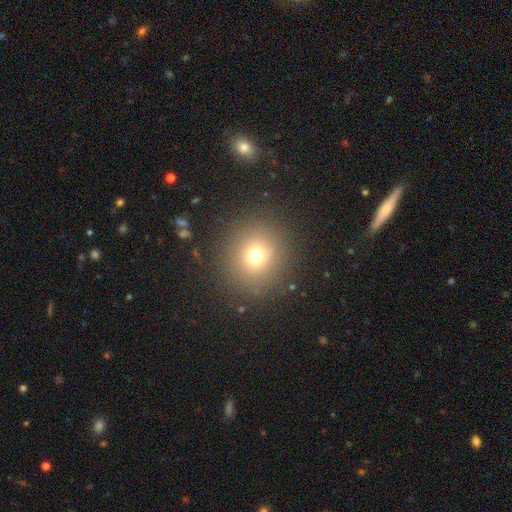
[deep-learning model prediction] Overall: smooth (71%). How rounded: round (89%). Merging: none (88%).